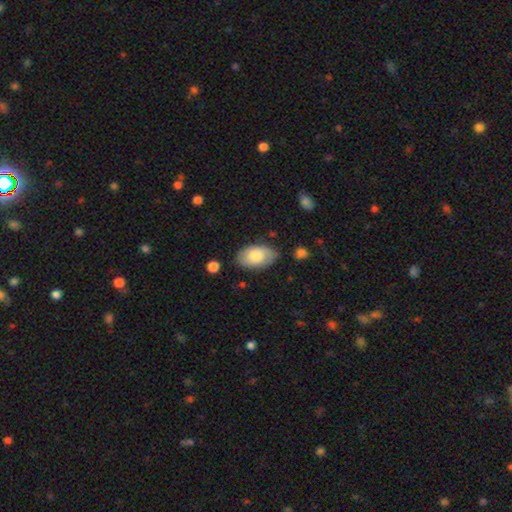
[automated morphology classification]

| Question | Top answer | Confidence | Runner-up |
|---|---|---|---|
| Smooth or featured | smooth | 74% | featured or disk (20%) |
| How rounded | in between | 94% | round (5%) |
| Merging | none | 76% | minor disturbance (18%) |